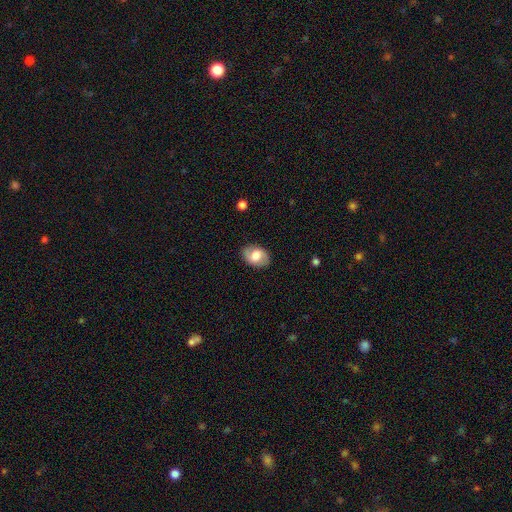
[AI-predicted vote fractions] Smooth or featured? smooth (54%)
How rounded? in between (78%)
Merging? none (84%)